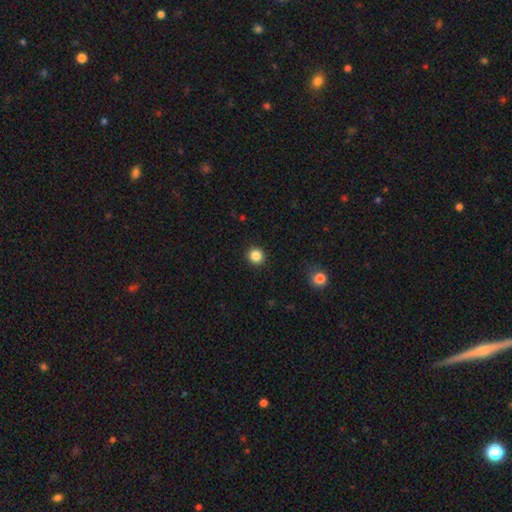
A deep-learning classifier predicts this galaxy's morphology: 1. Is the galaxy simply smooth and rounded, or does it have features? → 84% smooth, 12% star or artifact, 4% featured or disk.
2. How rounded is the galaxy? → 92% round, 7% in between, 1% cigar-shaped.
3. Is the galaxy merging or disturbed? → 92% none, 5% minor disturbance, 2% major disturbance, 1% merger.